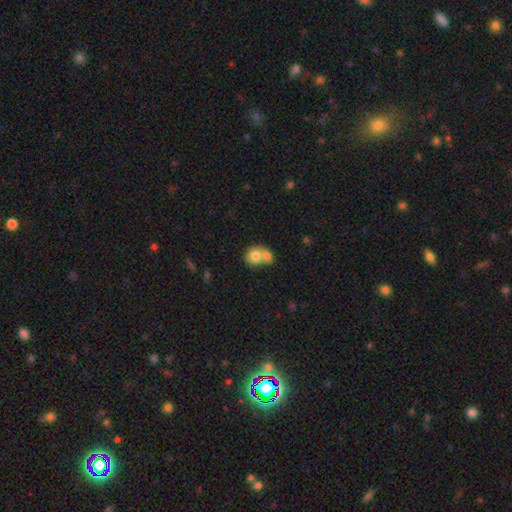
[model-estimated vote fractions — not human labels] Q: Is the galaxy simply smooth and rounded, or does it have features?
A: smooth — 75%.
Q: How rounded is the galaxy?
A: round — 70%.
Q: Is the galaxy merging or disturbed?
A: merger — 65%.